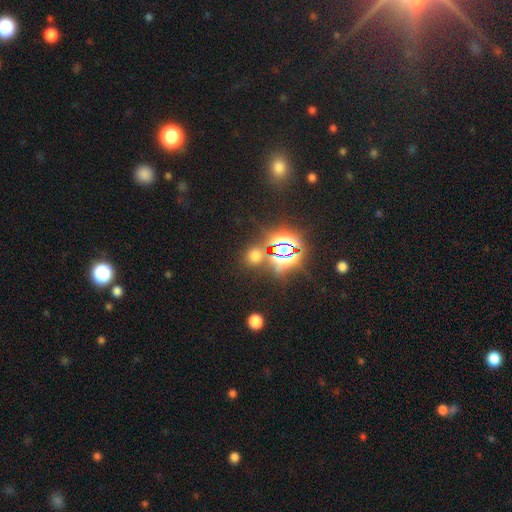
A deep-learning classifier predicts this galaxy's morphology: type=star or artifact (48%).